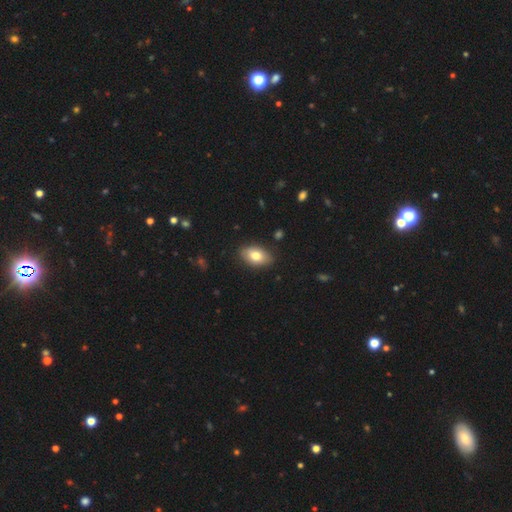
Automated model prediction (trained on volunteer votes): smooth-or-featured: smooth: 77% | featured or disk: 16% | star or artifact: 7%
  how-rounded: in between: 90% | round: 8% | cigar-shaped: 2%
  merging: none: 86% | minor disturbance: 11% | major disturbance: 2% | merger: 1%